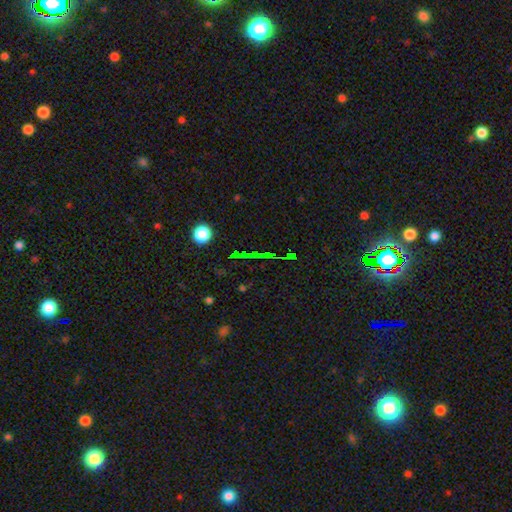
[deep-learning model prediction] Morphology: type=star or artifact (73%).